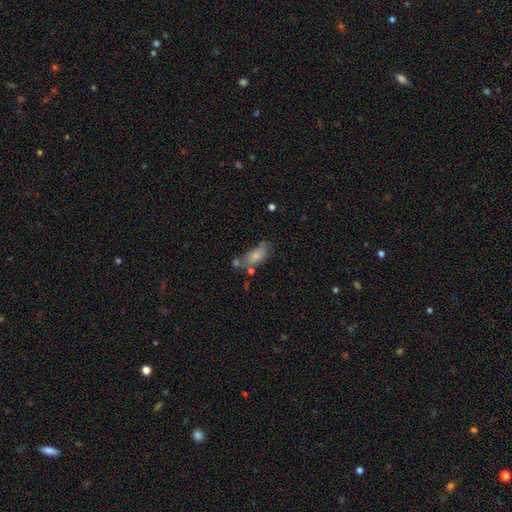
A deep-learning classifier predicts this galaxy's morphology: Smooth or featured: smooth — 76% (featured or disk — 16%)
How rounded: in between — 86% (cigar-shaped — 10%)
Merging: none — 45% (minor disturbance — 25%)